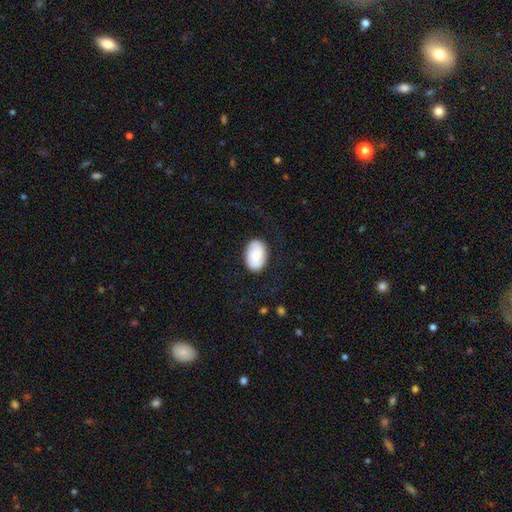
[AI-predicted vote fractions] Smooth or featured? Predicted: smooth (p=0.72). How rounded? Predicted: in between (p=0.90). Merging? Predicted: none (p=0.81).